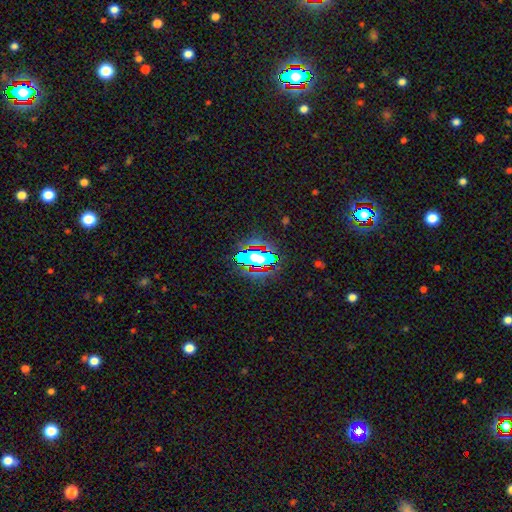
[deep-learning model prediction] Smooth or featured? star or artifact (42%)